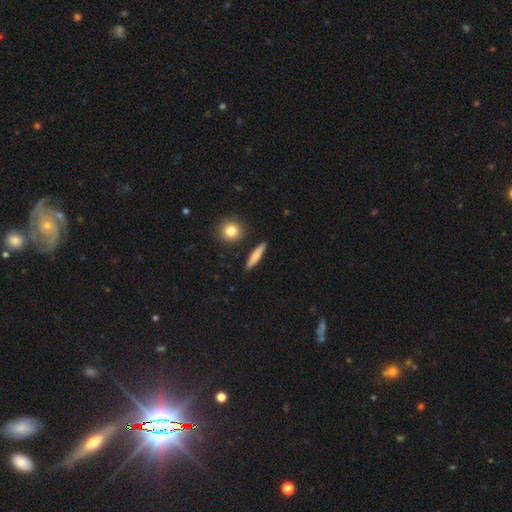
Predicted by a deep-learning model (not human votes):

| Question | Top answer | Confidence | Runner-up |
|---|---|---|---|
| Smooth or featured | smooth | 73% | featured or disk (21%) |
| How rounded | cigar-shaped | 84% | in between (12%) |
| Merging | none | 90% | minor disturbance (6%) |